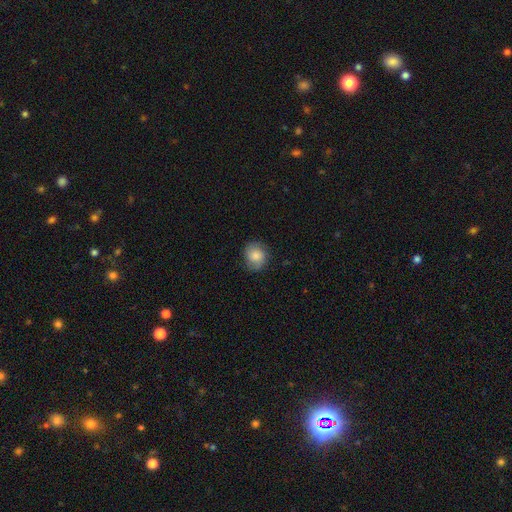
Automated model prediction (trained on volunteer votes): Smooth or featured? Predicted: smooth (p=0.62). How rounded? Predicted: round (p=0.76). Merging? Predicted: none (p=0.77).